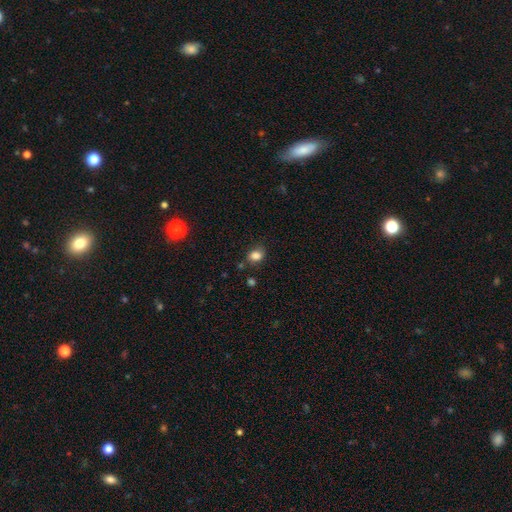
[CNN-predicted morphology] This is clearly a smooth galaxy (83%). How rounded: likely in between (60%). Merging: likely none (72%).